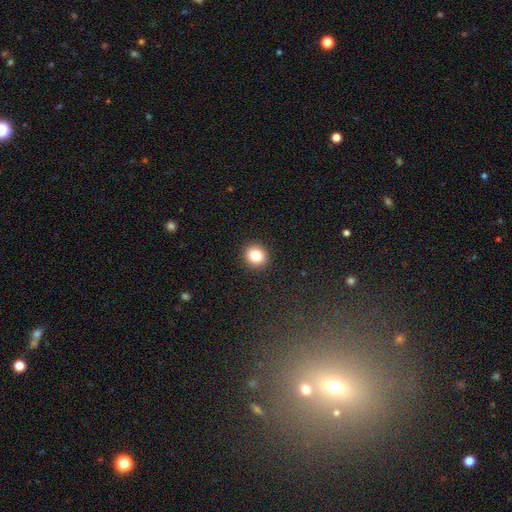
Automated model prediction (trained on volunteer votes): A smooth galaxy with no disk features (83%) that is round (83%). Merging: none (92%).